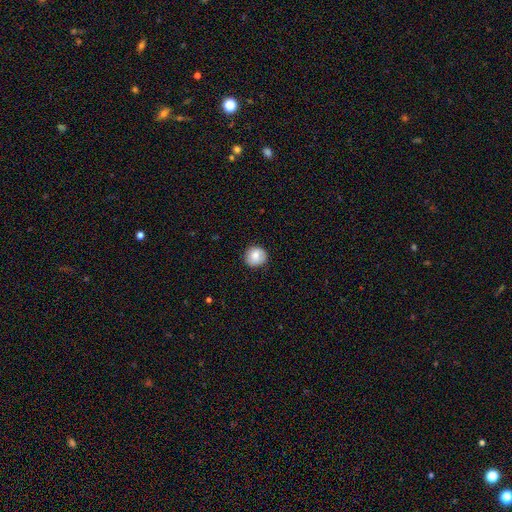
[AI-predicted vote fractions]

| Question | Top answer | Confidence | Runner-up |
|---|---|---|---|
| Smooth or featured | smooth | 81% | featured or disk (11%) |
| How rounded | round | 89% | in between (10%) |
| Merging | none | 86% | minor disturbance (10%) |